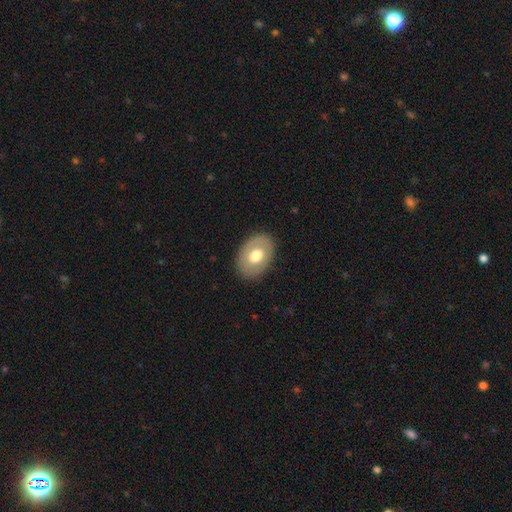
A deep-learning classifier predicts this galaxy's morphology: Smooth or featured? Predicted: smooth (p=0.63). How rounded? Predicted: in between (p=0.78). Merging? Predicted: none (p=0.86).